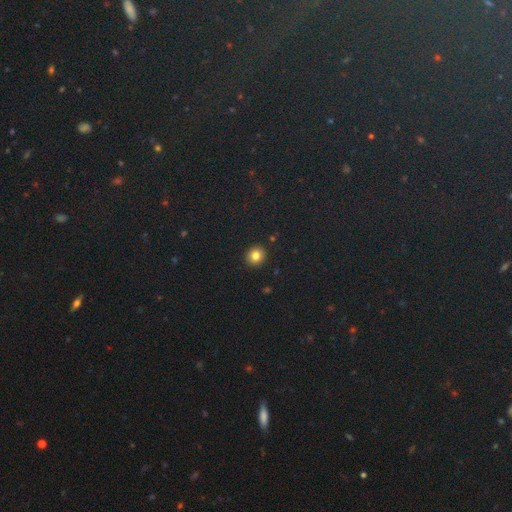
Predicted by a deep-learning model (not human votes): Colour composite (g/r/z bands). It shows a smooth galaxy with no disk features (82%) that is round (85%). Merging: none (91%).